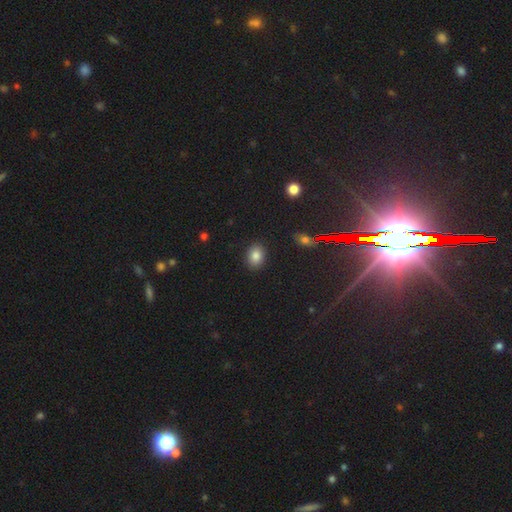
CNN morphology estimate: A smooth galaxy with no disk features (83%) that is in between round and cigar-shaped (58%). Merging: none (89%).